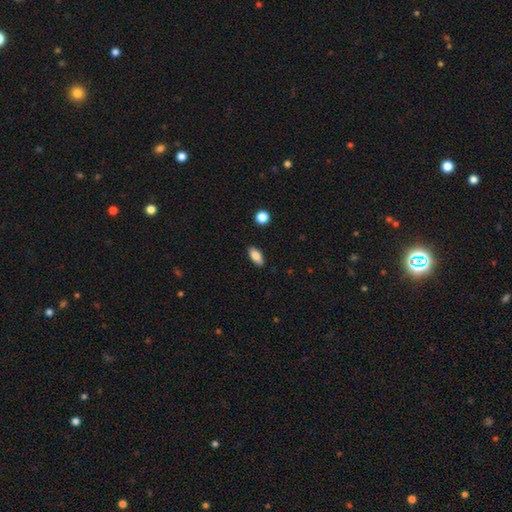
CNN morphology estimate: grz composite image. It shows a smooth galaxy with no disk features (81%) that is in between round and cigar-shaped (86%). Merging: none (87%).